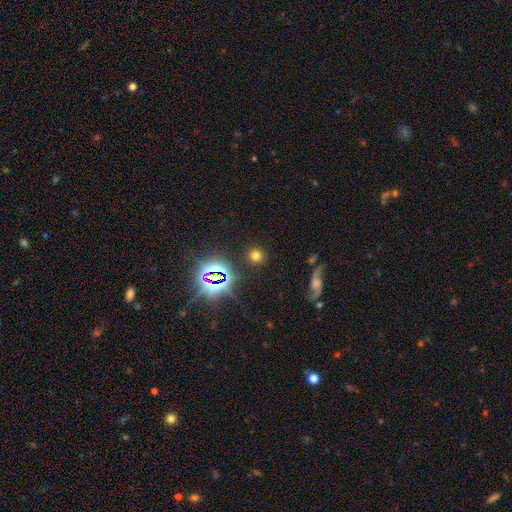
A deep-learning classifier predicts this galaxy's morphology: smooth_or_featured: smooth (p=0.64) [alt: star or artifact p=0.27]
how_rounded: round (p=0.90) [alt: in between p=0.08]
merging: none (p=0.88) [alt: minor disturbance p=0.06]